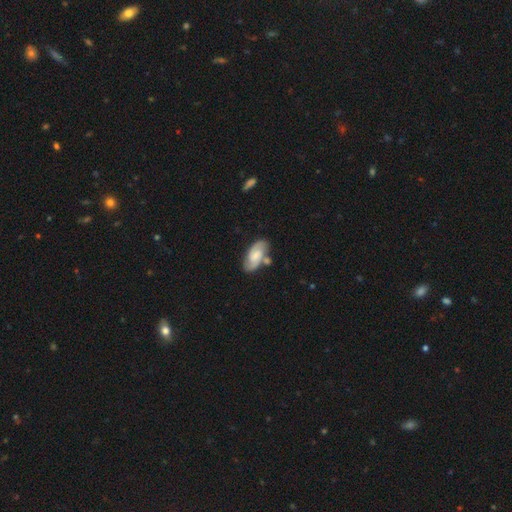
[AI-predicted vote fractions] Smooth or featured? featured or disk (59%)
Edge-on disk? no (95%)
Bar? no (55%)
Spiral arms? yes (91%)
Spiral winding? medium (46%)
Spiral arm count? 2 (85%)
Bulge size? moderate (34%)
Merging? none (62%)